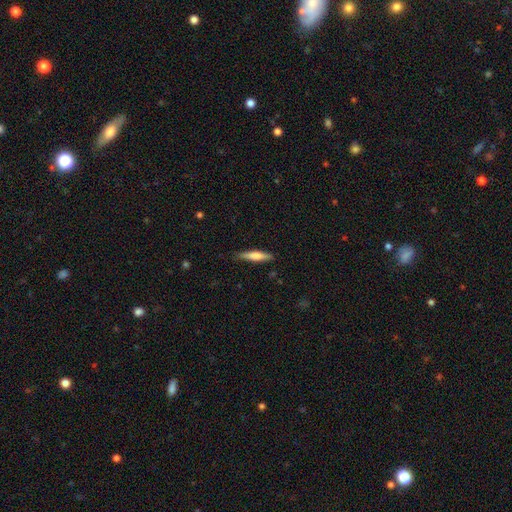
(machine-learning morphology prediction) smooth_or_featured: smooth (p=0.68) [alt: featured or disk p=0.26]
how_rounded: cigar-shaped (p=0.86) [alt: in between p=0.13]
merging: none (p=0.84) [alt: minor disturbance p=0.13]